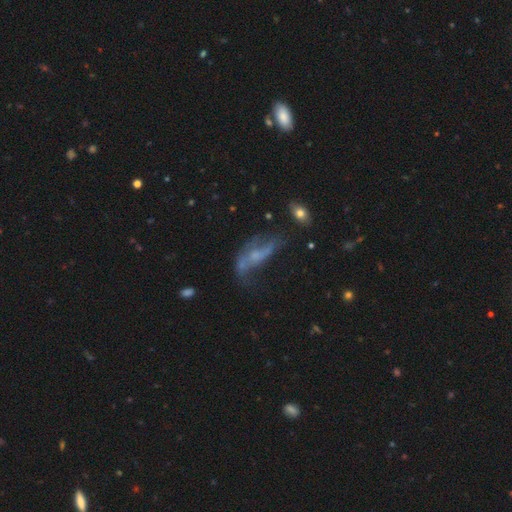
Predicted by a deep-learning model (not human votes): smooth-or-featured: featured or disk: 55% | smooth: 30% | star or artifact: 15%
  disk-edge-on: no: 82% | yes: 18%
  merging: major disturbance: 36% | none: 33% | minor disturbance: 23% | merger: 9%